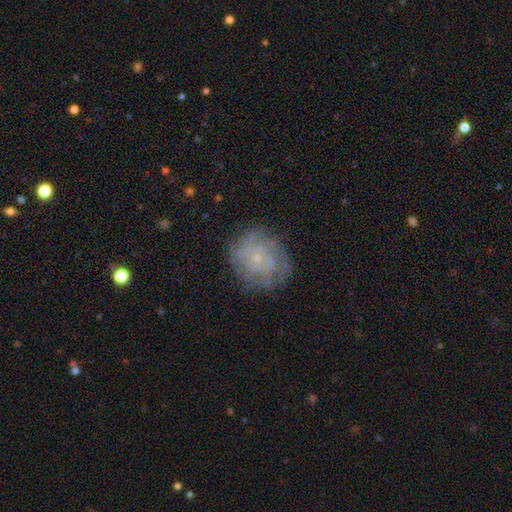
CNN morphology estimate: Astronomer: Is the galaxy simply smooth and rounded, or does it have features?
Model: featured or disk — 68%.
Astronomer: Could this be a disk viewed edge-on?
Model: no — 97%.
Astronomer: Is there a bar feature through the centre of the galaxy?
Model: no — 81%.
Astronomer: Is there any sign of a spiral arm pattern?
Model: yes — 85%.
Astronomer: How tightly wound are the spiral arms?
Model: tight — 70%.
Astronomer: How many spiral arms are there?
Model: can't tell — 50%.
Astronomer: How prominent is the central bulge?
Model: small — 83%.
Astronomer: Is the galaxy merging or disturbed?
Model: none — 74%.